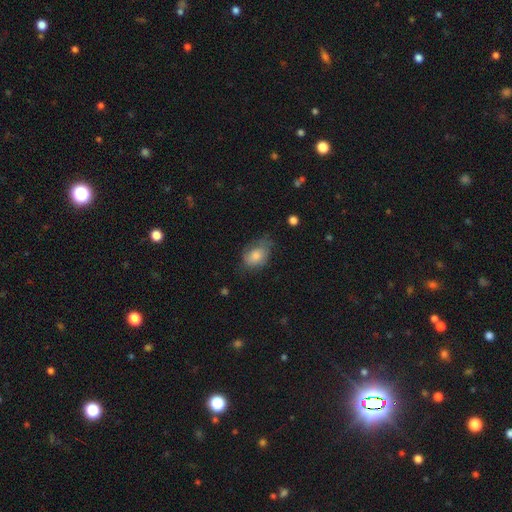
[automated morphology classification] Overall: smooth (70%). How rounded: in between (76%). Merging: none (52%; minor disturbance 34%).